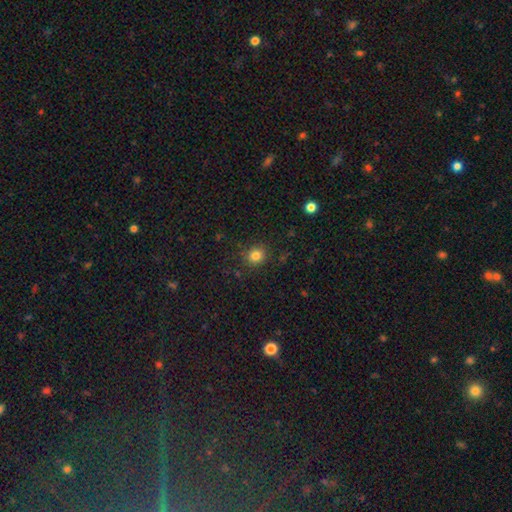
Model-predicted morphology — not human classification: A smooth galaxy with no disk features (82%) that is round (84%). Merging: none (87%).